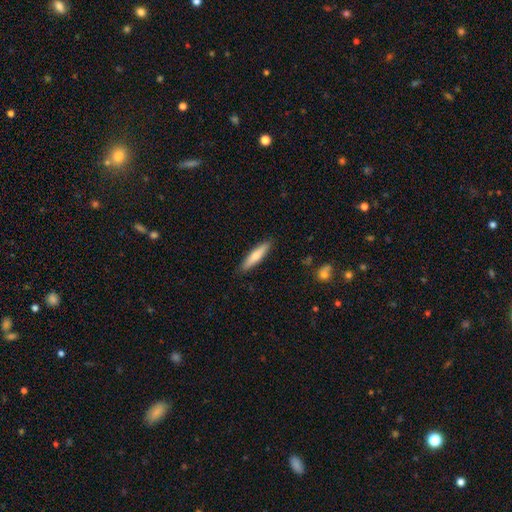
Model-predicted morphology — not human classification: A smooth galaxy with no disk features (71%) that is cigar-shaped (84%).

Vote fractions:
- Smooth or featured? smooth: 71% / featured or disk: 24% / star or artifact: 5%
- How rounded? cigar-shaped: 84% / in between: 14% / round: 1%
- Merging? none: 89% / minor disturbance: 8% / major disturbance: 2% / merger: 1%